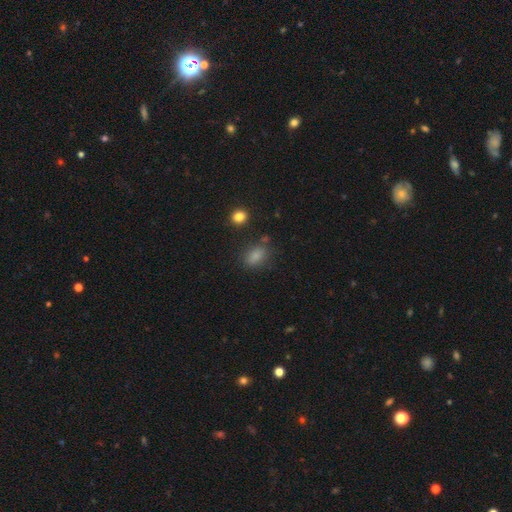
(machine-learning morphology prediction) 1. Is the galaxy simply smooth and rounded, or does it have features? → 83% smooth, 11% star or artifact, 6% featured or disk.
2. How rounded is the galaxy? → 81% in between, 16% round, 2% cigar-shaped.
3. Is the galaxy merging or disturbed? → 75% none, 15% minor disturbance, 5% merger, 5% major disturbance.